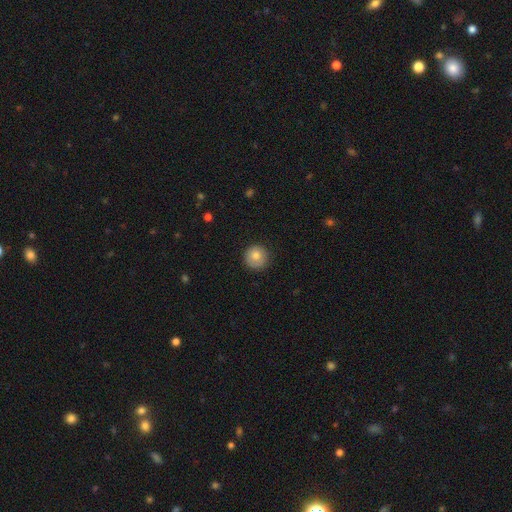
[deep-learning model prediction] The model was most divided on "smooth or featured": smooth: 81%, featured or disk: 11%, star or artifact: 8%. More confident: how rounded — round (95%); merging — none (86%).